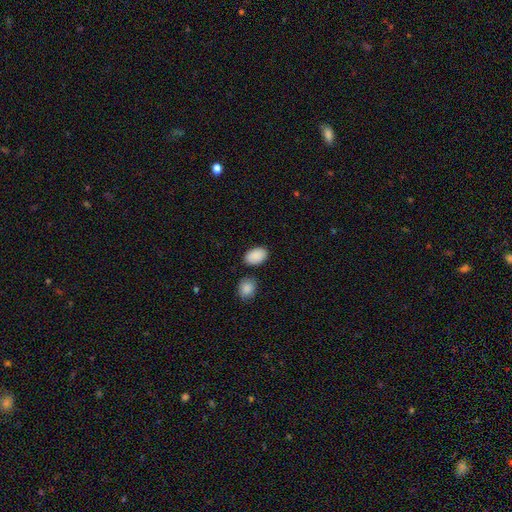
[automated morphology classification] Smooth or featured? Predicted: smooth (p=0.90). How rounded? Predicted: in between (p=0.90). Merging? Predicted: none (p=0.80).